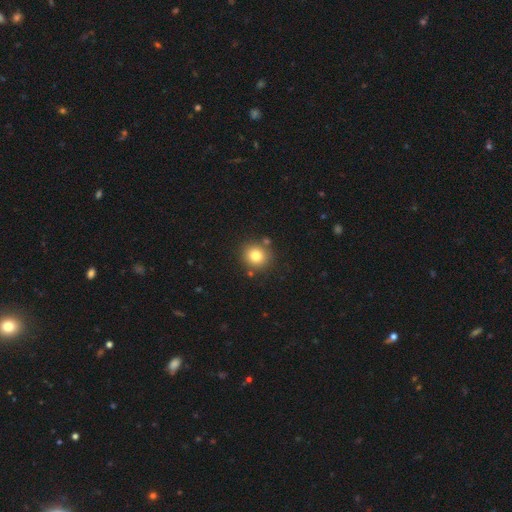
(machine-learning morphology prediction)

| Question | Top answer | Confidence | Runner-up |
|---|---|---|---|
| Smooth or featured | smooth | 80% | star or artifact (12%) |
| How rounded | round | 87% | in between (12%) |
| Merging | none | 82% | minor disturbance (9%) |